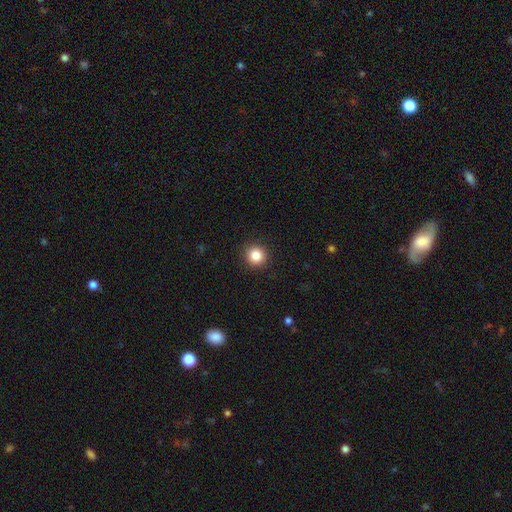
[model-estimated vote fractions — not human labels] Smooth or featured? smooth (85%)
How rounded? round (94%)
Merging? none (92%)